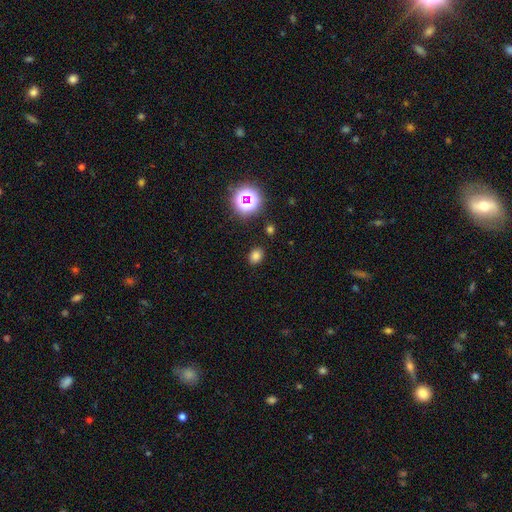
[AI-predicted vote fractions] Smooth or featured?
  - smooth: 75% *
  - star or artifact: 20%
  - featured or disk: 6%
How rounded?
  - in between: 55% *
  - round: 44%
  - cigar-shaped: 1%
Merging?
  - none: 87% *
  - minor disturbance: 8%
  - major disturbance: 3%
  - merger: 2%